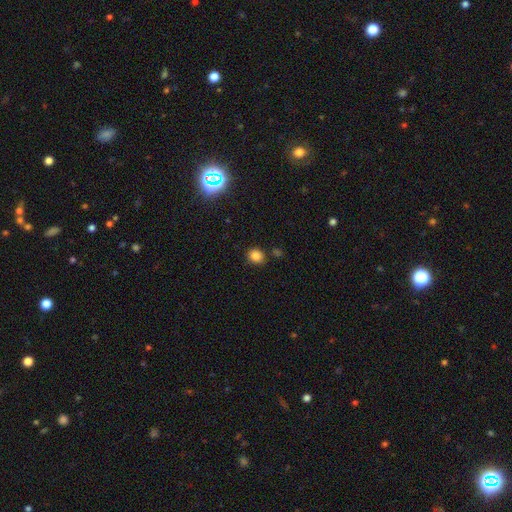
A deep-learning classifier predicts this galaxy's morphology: smooth-or-featured: smooth: 82% | star or artifact: 13% | featured or disk: 5%
  how-rounded: round: 74% | in between: 25% | cigar-shaped: 1%
  merging: none: 84% | minor disturbance: 9% | merger: 5% | major disturbance: 3%